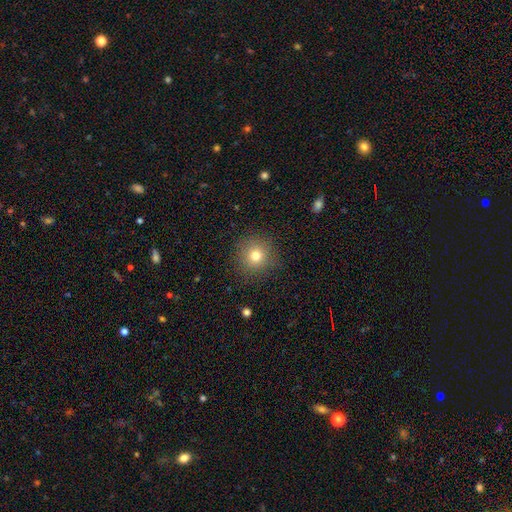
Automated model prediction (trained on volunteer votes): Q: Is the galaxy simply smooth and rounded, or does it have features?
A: smooth — 76%.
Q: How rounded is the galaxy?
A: round — 94%.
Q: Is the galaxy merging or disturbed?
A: none — 88%.